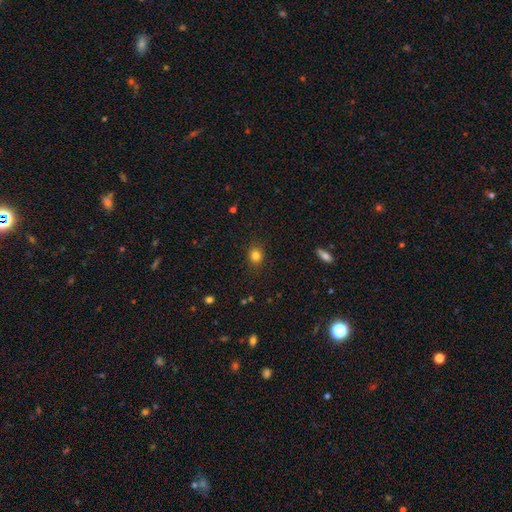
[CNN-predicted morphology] Smooth or featured? smooth (82%)
How rounded? round (71%)
Merging? none (87%)